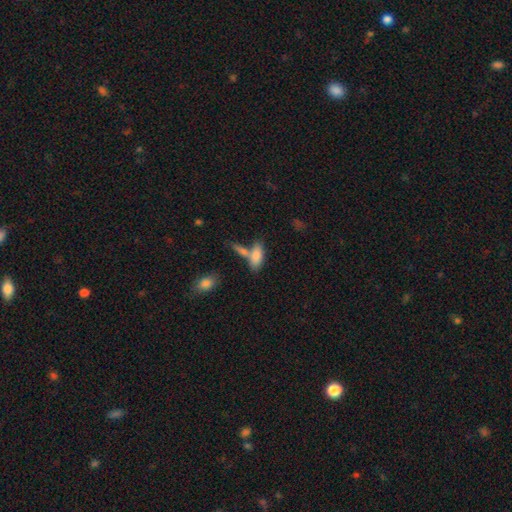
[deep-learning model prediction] Smooth or featured? Predicted: smooth (p=0.82). How rounded? Predicted: in between (p=0.79). Merging? Predicted: none (p=0.44).